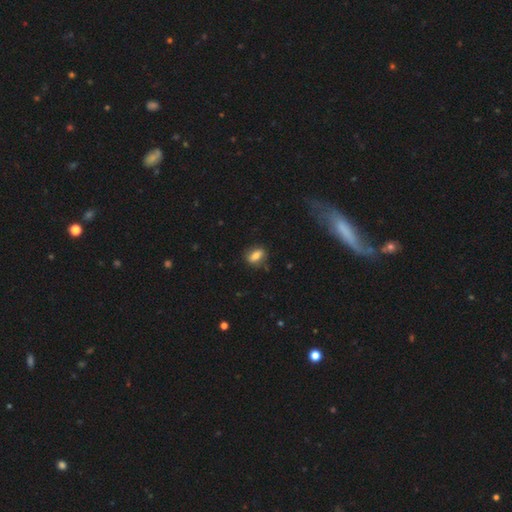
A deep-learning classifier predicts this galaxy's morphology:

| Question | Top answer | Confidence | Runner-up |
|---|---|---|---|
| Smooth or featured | smooth | 74% | featured or disk (18%) |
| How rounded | in between | 75% | round (14%) |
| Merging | none | 79% | minor disturbance (15%) |